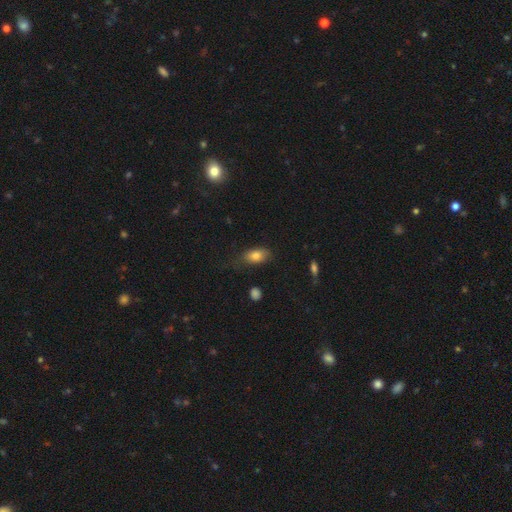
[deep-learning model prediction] This is clearly a smooth galaxy (82%). How rounded: clearly in between (88%). Merging: likely none (68%).